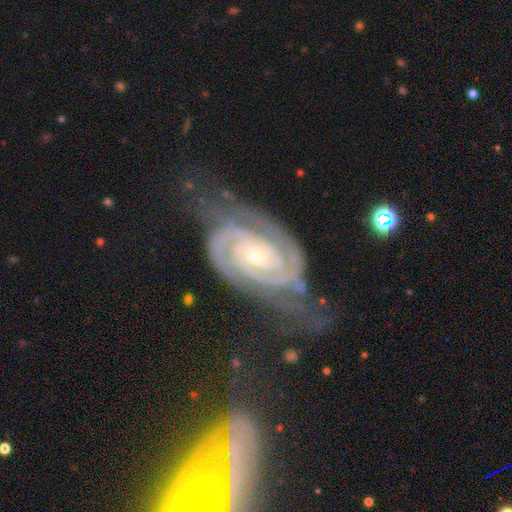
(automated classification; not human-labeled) featured or disk 91%, star or artifact 5%, smooth 3%. Down the decision tree: edge-on disk — no (97%); bar — no (58%); spiral arms — yes (99%); spiral arm count — 2 (76%); spiral winding — tight (79%); bulge size — small (59%); merging — none (60%).